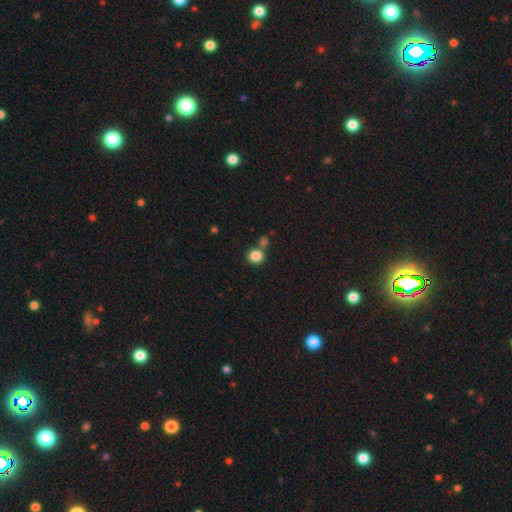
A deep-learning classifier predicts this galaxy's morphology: Smooth or featured?
  - smooth: 85% *
  - star or artifact: 10%
  - featured or disk: 5%
How rounded?
  - round: 84% *
  - in between: 15%
  - cigar-shaped: 1%
Merging?
  - none: 60% *
  - merger: 27%
  - minor disturbance: 9%
  - major disturbance: 4%